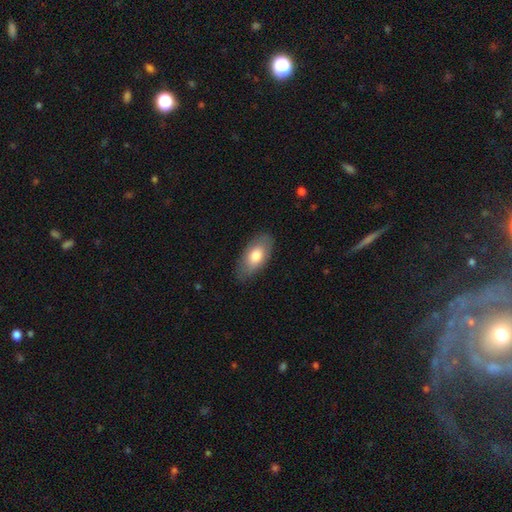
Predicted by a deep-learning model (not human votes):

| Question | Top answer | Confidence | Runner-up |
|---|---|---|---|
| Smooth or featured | smooth | 75% | featured or disk (19%) |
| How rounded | in between | 91% | cigar-shaped (5%) |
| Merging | none | 81% | minor disturbance (14%) |